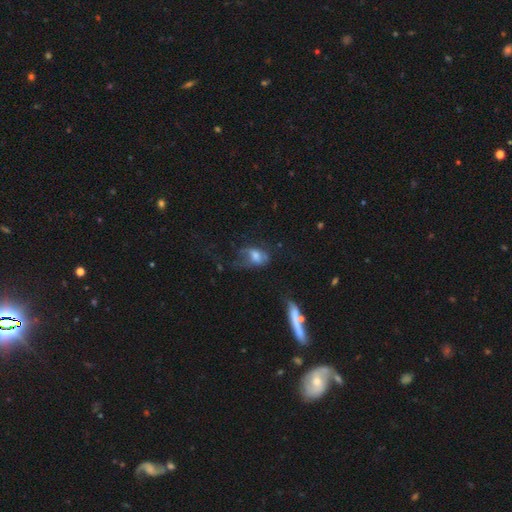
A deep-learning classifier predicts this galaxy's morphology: The model was most divided on "smooth or featured": smooth: 52%, featured or disk: 36%, star or artifact: 12%. Remaining: how rounded — in between (81%); merging — major disturbance (45%).